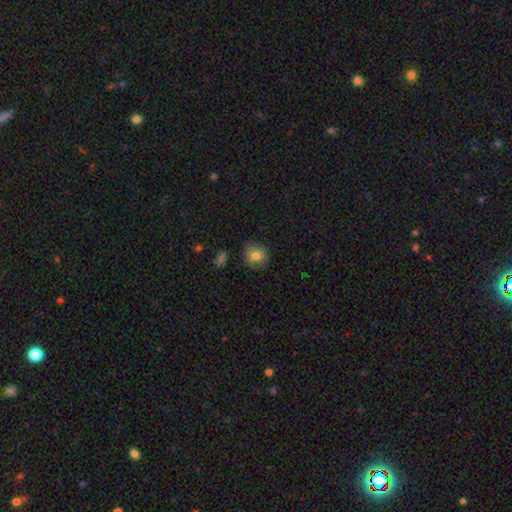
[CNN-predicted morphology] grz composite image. It shows a smooth galaxy with no disk features (78%) that is round (82%). Merging: none (80%).